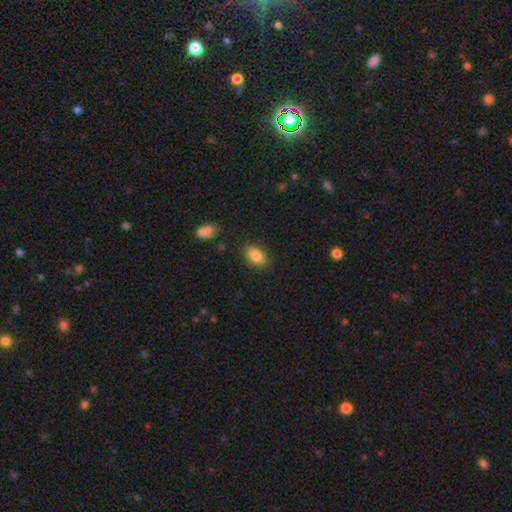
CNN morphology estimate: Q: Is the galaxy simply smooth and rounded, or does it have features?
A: smooth — 86%.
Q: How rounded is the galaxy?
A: in between — 89%.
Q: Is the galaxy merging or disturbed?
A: none — 83%.